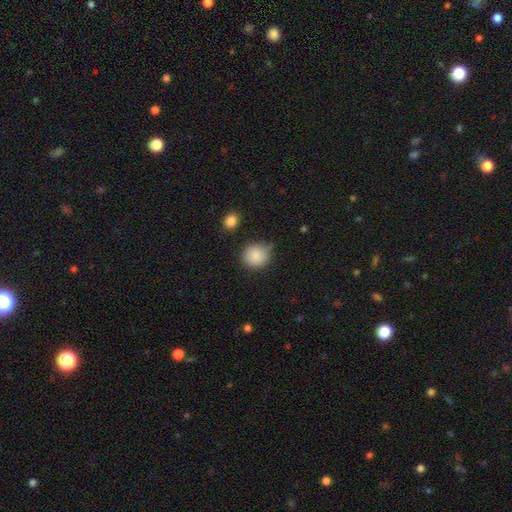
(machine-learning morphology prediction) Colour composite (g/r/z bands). It shows a smooth galaxy with no disk features (86%) that is round (86%). Merging: none (71%).